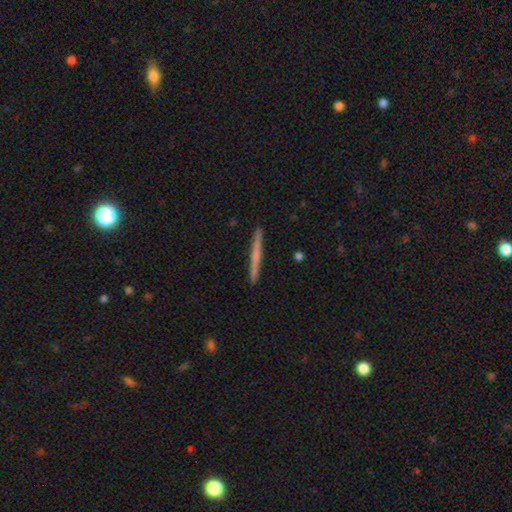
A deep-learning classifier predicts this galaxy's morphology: type=featured or disk (50%); edge-on=yes (98%); merging=none (92%).